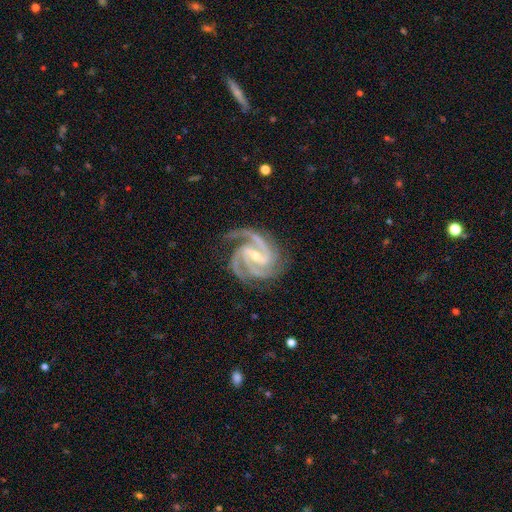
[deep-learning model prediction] A featured or disk galaxy (95%) with a strong bar (48%), 3 (62%) tight (51%) spiral arms (99%) and a small central bulge (61%).

Vote fractions:
- Smooth or featured? featured or disk: 95% / star or artifact: 3% / smooth: 2%
- Edge-on disk? no: 98% / yes: 2%
- Bar? strong: 48% / weak: 38% / no: 14%
- Spiral arms? yes: 99% / no: 1%
- Spiral winding? tight: 51% / medium: 45% / loose: 4%
- Spiral arm count? 3: 62% / 2: 17% / 4: 10% / can't tell: 4% / 1: 3% / more than 4: 3%
- Bulge size? small: 61% / moderate: 36% / none: 1% / large: 1% / dominant: 1%
- Merging? none: 76% / minor disturbance: 16% / major disturbance: 6% / merger: 1%